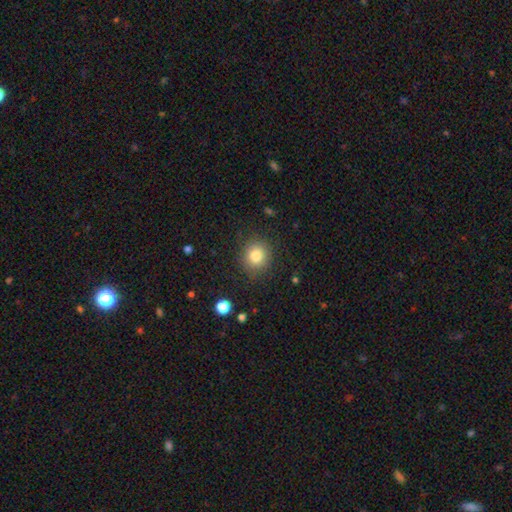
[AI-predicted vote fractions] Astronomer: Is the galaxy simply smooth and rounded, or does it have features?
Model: smooth — 82%.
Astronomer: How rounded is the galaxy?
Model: round — 83%.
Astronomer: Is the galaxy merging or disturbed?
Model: none — 85%.